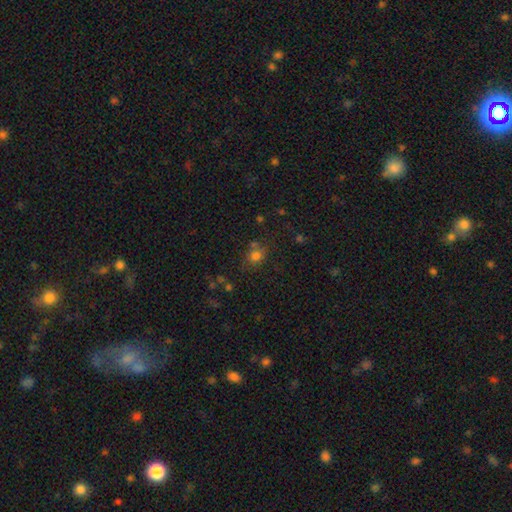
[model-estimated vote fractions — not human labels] smooth_or_featured: smooth (p=0.73) [alt: star or artifact p=0.18]
how_rounded: round (p=0.58) [alt: in between p=0.41]
merging: none (p=0.61) [alt: minor disturbance p=0.17]